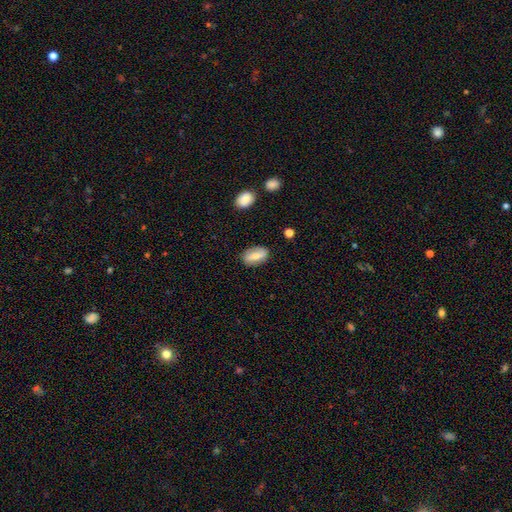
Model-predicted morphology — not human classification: Smooth or featured?
  - smooth: 62% *
  - featured or disk: 30%
  - star or artifact: 7%
How rounded?
  - in between: 89% *
  - cigar-shaped: 6%
  - round: 5%
Merging?
  - none: 82% *
  - minor disturbance: 13%
  - major disturbance: 3%
  - merger: 2%